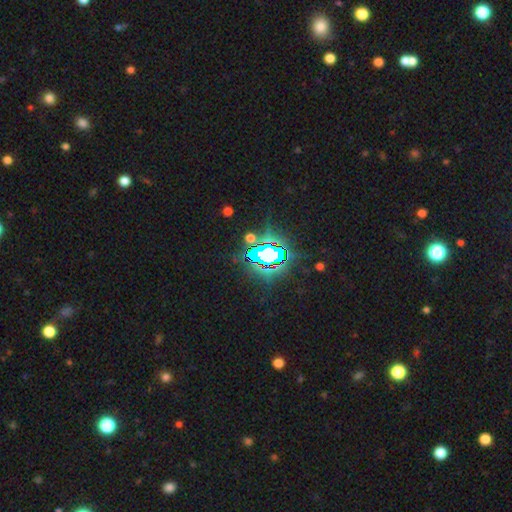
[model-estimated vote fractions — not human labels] The model was most divided on "smooth or featured": star or artifact: 81%, smooth: 11%, featured or disk: 8%.